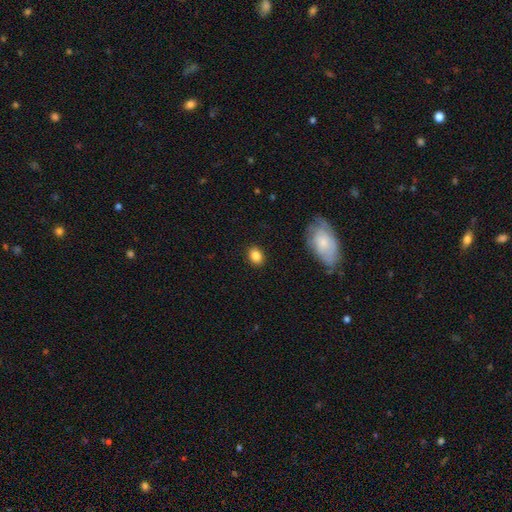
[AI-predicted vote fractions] smooth_or_featured: smooth (p=0.84) [alt: star or artifact p=0.09]
how_rounded: in between (p=0.56) [alt: round p=0.43]
merging: none (p=0.88) [alt: minor disturbance p=0.09]